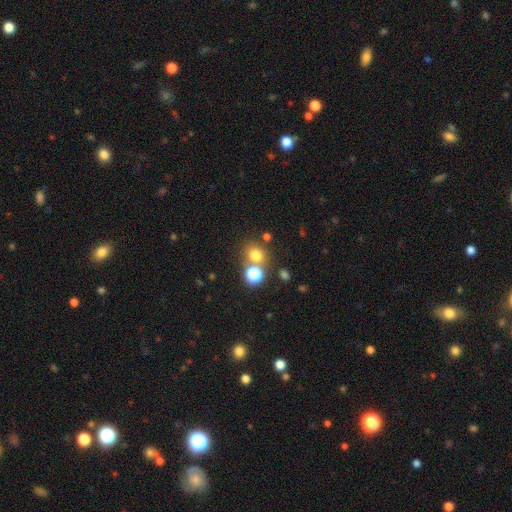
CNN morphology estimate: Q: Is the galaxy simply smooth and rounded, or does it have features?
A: smooth — 71%.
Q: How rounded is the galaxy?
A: round — 79%.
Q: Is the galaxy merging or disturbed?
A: none — 66%.